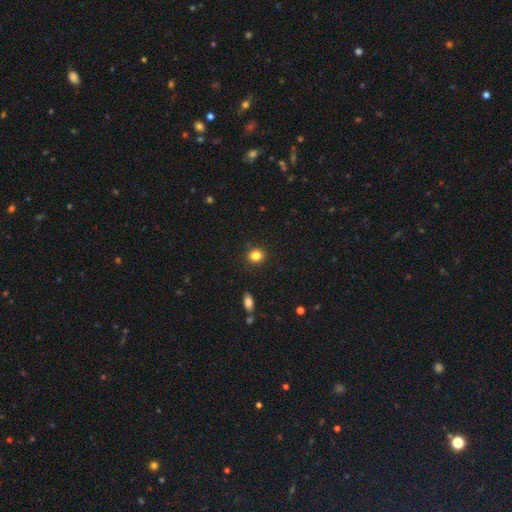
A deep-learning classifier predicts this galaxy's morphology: Smooth or featured: smooth — 84% (star or artifact — 11%)
How rounded: round — 75% (in between — 24%)
Merging: none — 89% (minor disturbance — 7%)